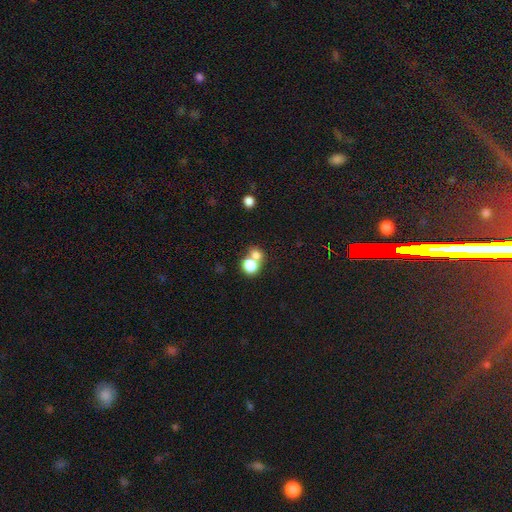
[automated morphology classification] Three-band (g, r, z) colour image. It shows a smooth galaxy with no disk features (76%) that is round (70%). Merging: merger (52%).